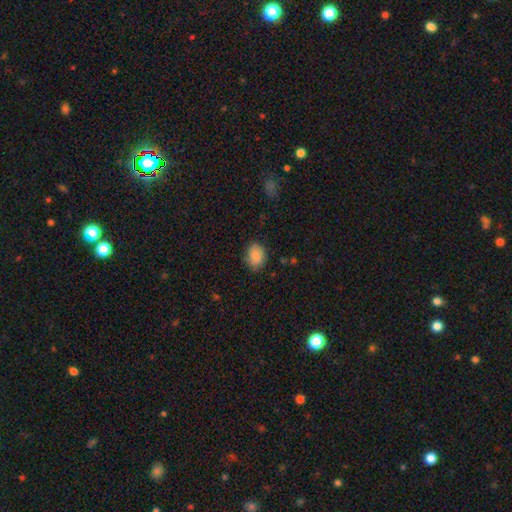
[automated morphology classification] Smooth or featured? Predicted: smooth (p=0.86). How rounded? Predicted: in between (p=0.59). Merging? Predicted: none (p=0.80).